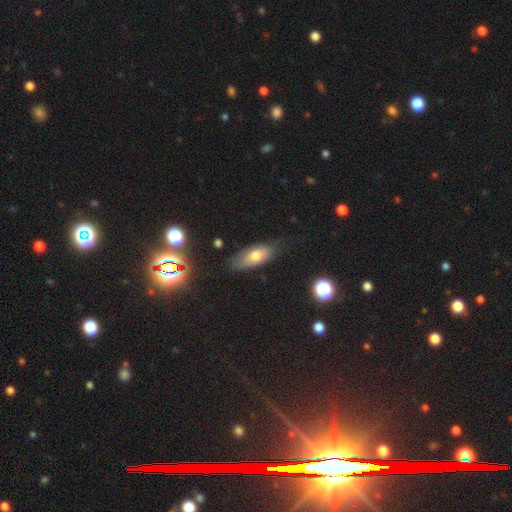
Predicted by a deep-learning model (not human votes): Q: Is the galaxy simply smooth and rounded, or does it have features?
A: smooth — 70%.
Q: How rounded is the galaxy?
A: in between — 79%.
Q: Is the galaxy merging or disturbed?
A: none — 72%.